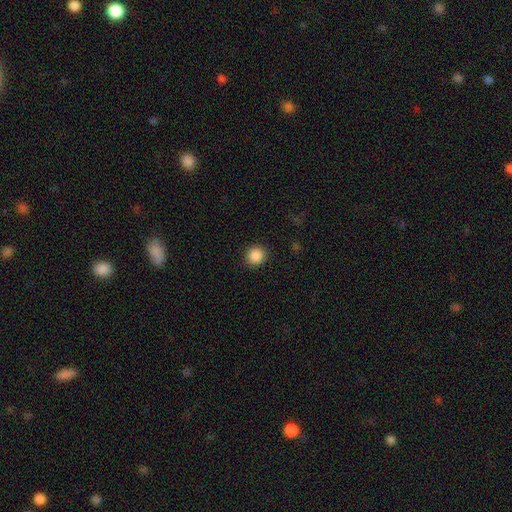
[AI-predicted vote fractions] The model was most divided on "smooth or featured": smooth: 88%, star or artifact: 9%, featured or disk: 3%. More confident: merging — none (91%); how rounded — round (90%).